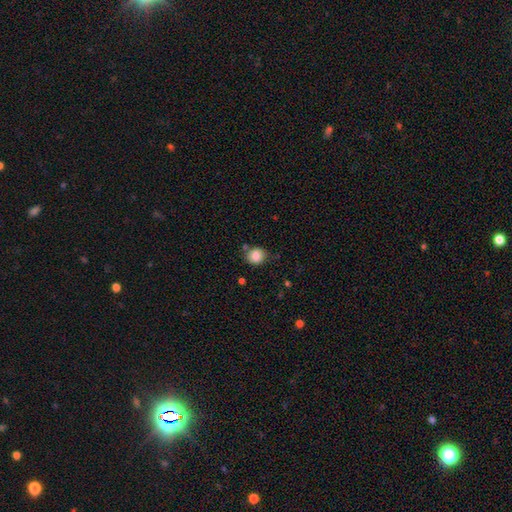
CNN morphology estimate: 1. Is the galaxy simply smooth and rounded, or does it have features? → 84% smooth, 9% star or artifact, 6% featured or disk.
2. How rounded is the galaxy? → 75% round, 24% in between, 1% cigar-shaped.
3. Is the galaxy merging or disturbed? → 70% none, 18% minor disturbance, 7% merger, 4% major disturbance.